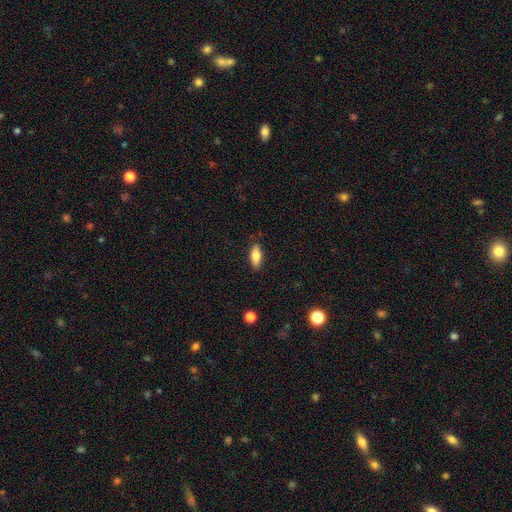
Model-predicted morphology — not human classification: smooth 81%, featured or disk 12%, star or artifact 7%. Down the decision tree: how rounded — in between (79%); merging — none (86%).